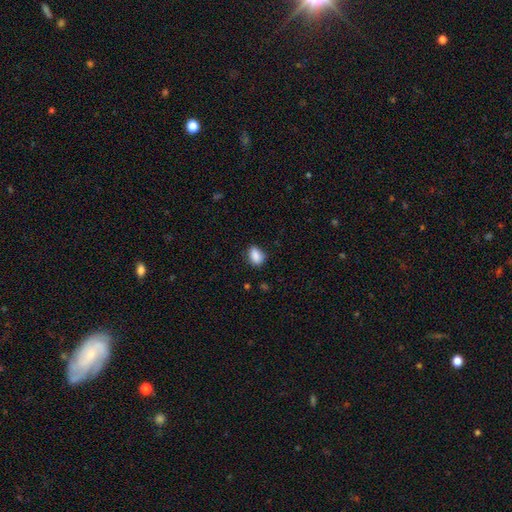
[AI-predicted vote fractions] Q: Smooth or featured?
A: smooth (88%); runner-up: star or artifact (8%)
Q: How rounded?
A: in between (80%); runner-up: round (17%)
Q: Merging?
A: none (77%); runner-up: minor disturbance (18%)